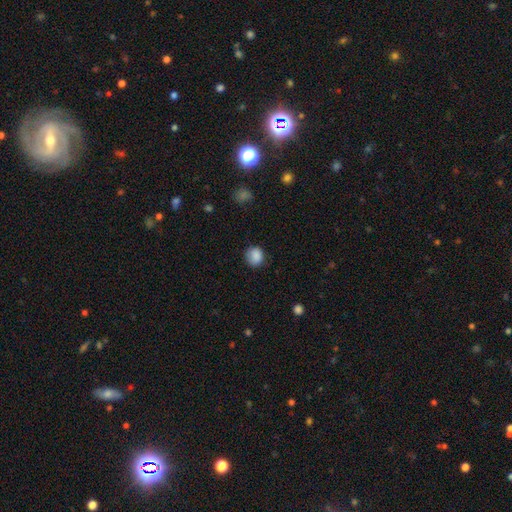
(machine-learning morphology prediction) Q: Smooth or featured?
A: smooth (87%); runner-up: star or artifact (9%)
Q: How rounded?
A: round (80%); runner-up: in between (19%)
Q: Merging?
A: none (77%); runner-up: minor disturbance (17%)